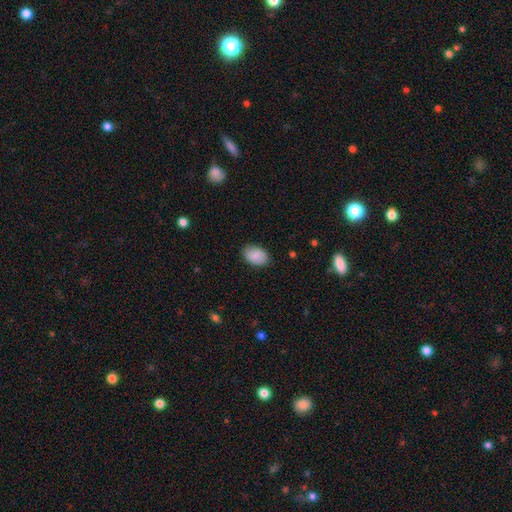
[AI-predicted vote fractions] Smooth or featured? Predicted: smooth (p=0.88). How rounded? Predicted: in between (p=0.88). Merging? Predicted: none (p=0.85).